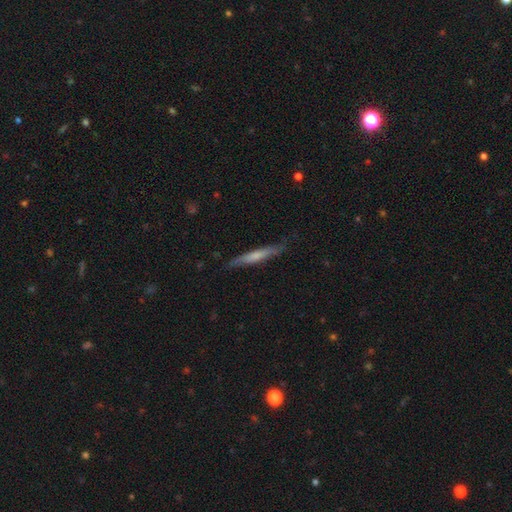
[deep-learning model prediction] Smooth or featured?
  - smooth: 54% *
  - featured or disk: 41%
  - star or artifact: 5%
How rounded?
  - cigar-shaped: 94% *
  - in between: 4%
  - round: 1%
Merging?
  - none: 83% *
  - minor disturbance: 13%
  - major disturbance: 2%
  - merger: 1%